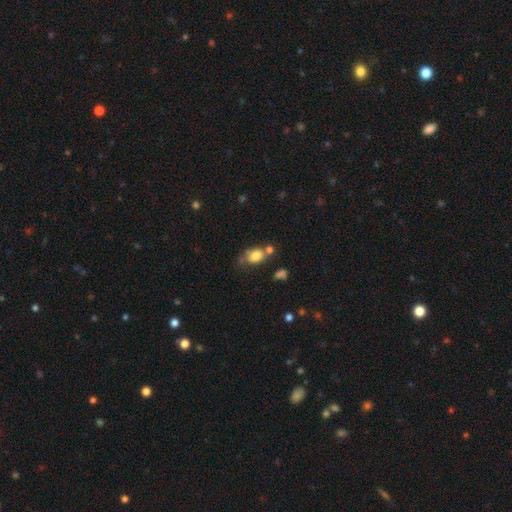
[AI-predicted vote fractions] This is likely a smooth galaxy (79%). How rounded: likely in between (67%). Merging: possibly none (49%).